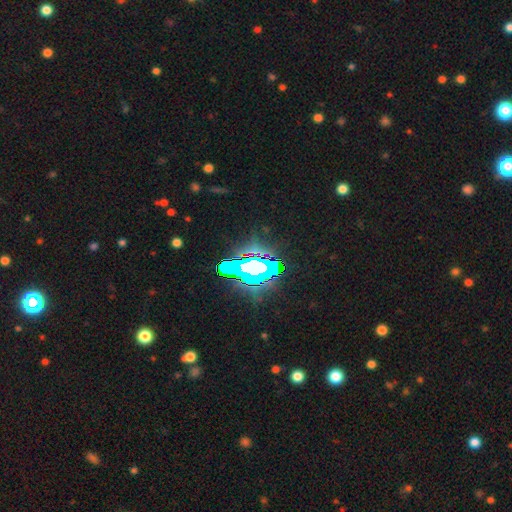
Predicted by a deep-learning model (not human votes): Smooth or featured: star or artifact — 65% (featured or disk — 20%)